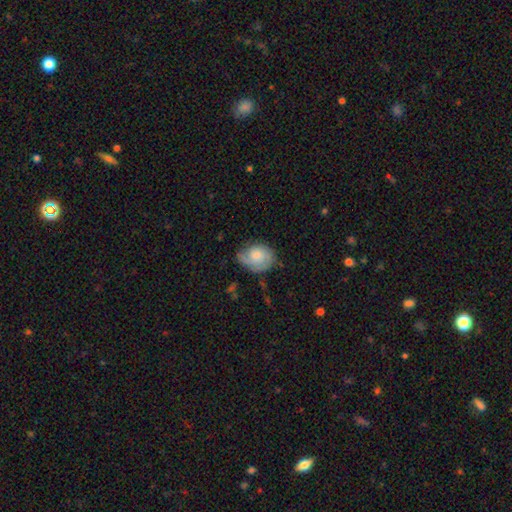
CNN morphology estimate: Q: Smooth or featured?
A: smooth (47%); runner-up: featured or disk (46%)
Q: Merging?
A: none (56%); runner-up: minor disturbance (30%)